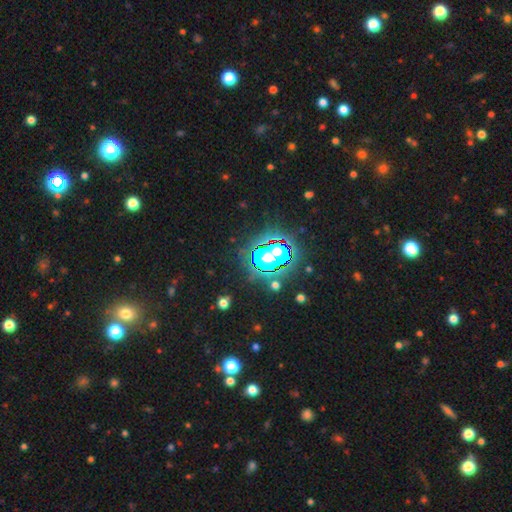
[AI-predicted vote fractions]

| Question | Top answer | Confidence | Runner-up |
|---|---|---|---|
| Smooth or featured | star or artifact | 80% | smooth (13%) |